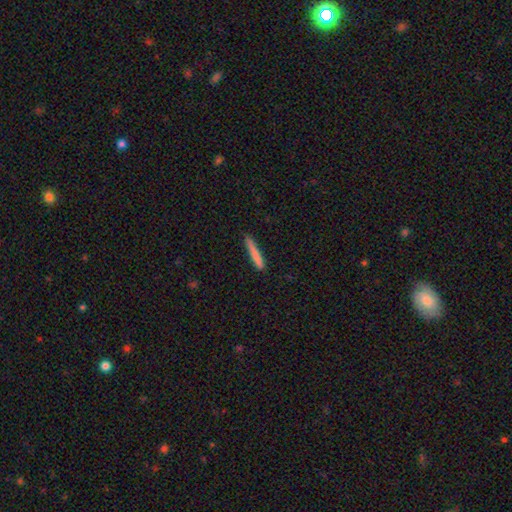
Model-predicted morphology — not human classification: Q: Smooth or featured?
A: smooth (78%); runner-up: featured or disk (16%)
Q: How rounded?
A: cigar-shaped (95%); runner-up: in between (4%)
Q: Merging?
A: none (81%); runner-up: minor disturbance (15%)